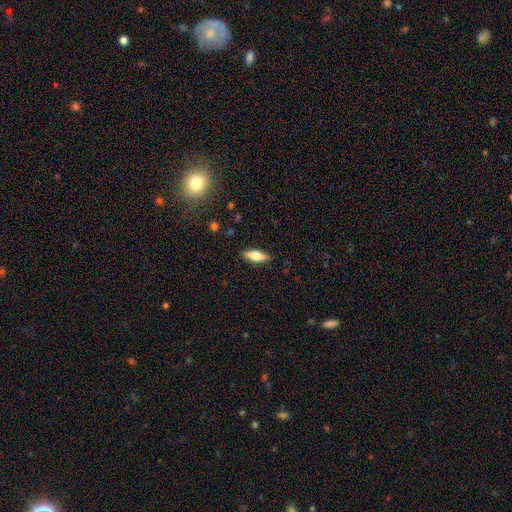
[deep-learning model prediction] Smooth or featured? smooth (61%)
How rounded? in between (61%)
Merging? none (88%)